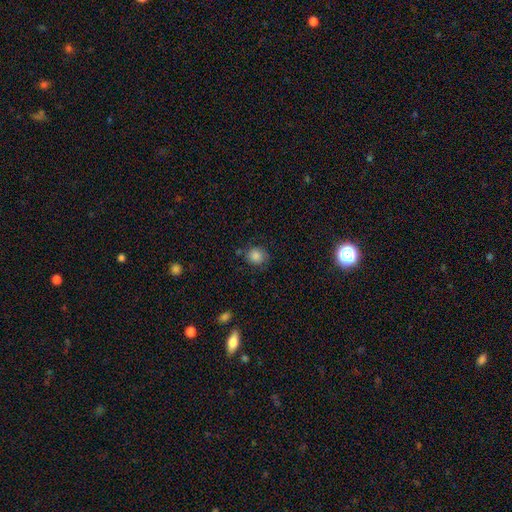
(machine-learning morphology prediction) Overall: smooth (79%). How rounded: round (77%). Merging: none (72%).